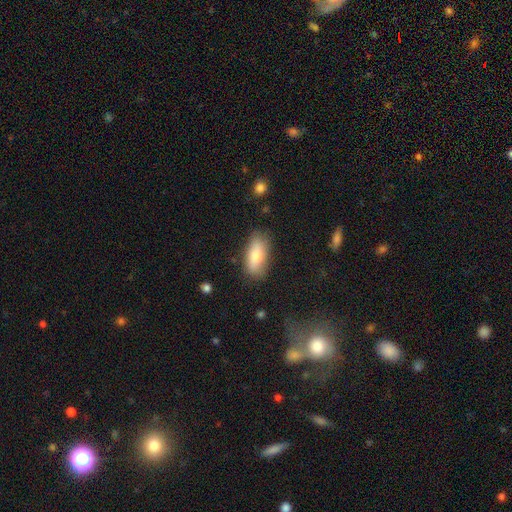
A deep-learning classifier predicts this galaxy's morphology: This appears to be a smooth galaxy with no disk features (79%) that is in between round and cigar-shaped (83%). Merging: none (79%).